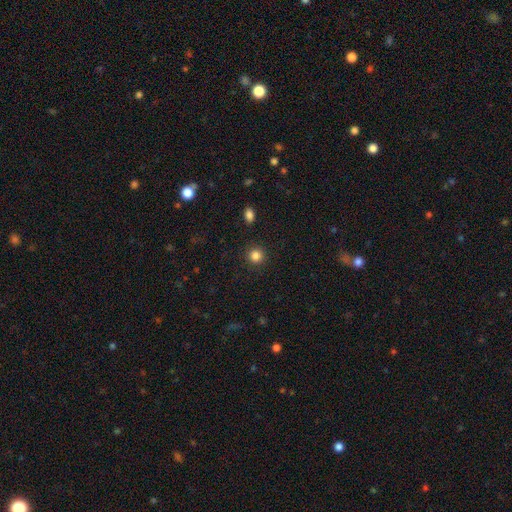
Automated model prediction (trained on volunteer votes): This appears to be a smooth galaxy with no disk features (84%) that is round (93%). Merging: none (91%).